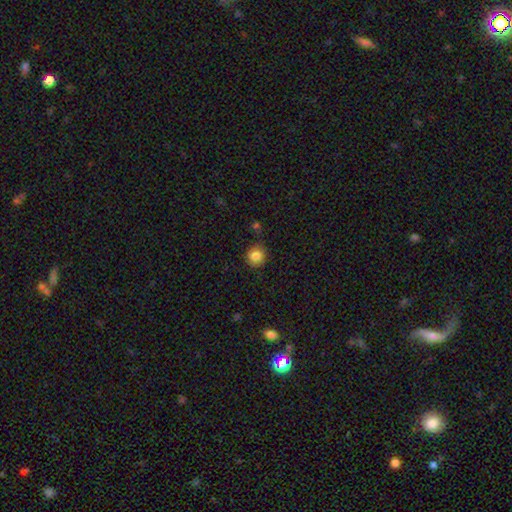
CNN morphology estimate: Smooth or featured? smooth (85%)
How rounded? round (85%)
Merging? none (83%)